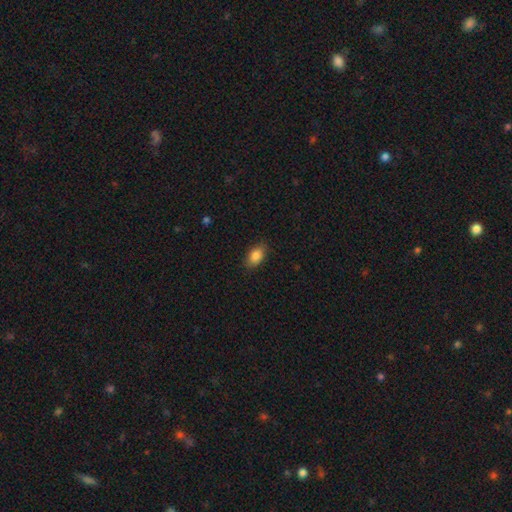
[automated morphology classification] smooth 87%, star or artifact 8%, featured or disk 6%. Down the decision tree: how rounded — in between (90%); merging — none (86%).